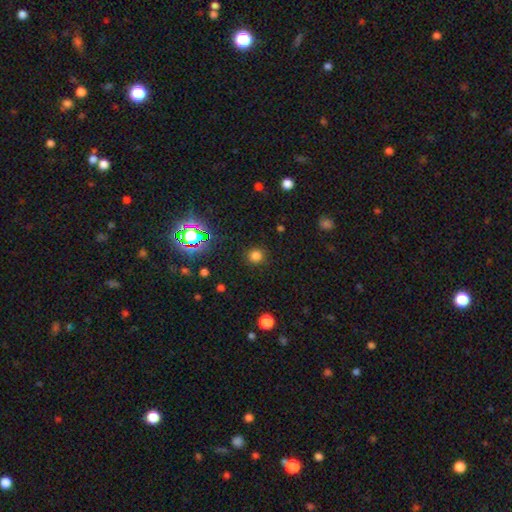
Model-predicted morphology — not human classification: Smooth or featured? Predicted: smooth (p=0.76). How rounded? Predicted: round (p=0.92). Merging? Predicted: none (p=0.88).